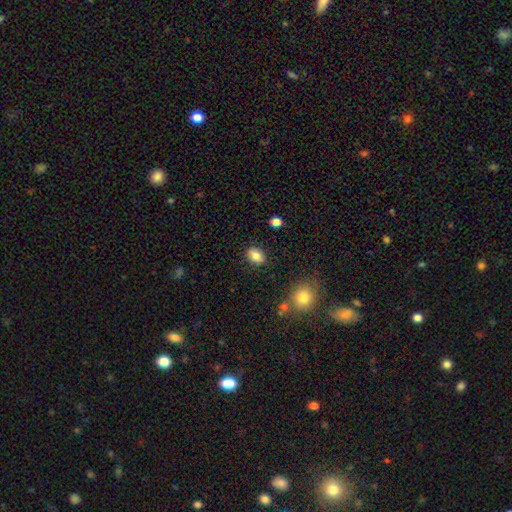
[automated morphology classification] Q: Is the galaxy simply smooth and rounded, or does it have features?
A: smooth — 83%.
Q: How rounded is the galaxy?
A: in between — 76%.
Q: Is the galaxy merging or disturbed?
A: none — 85%.